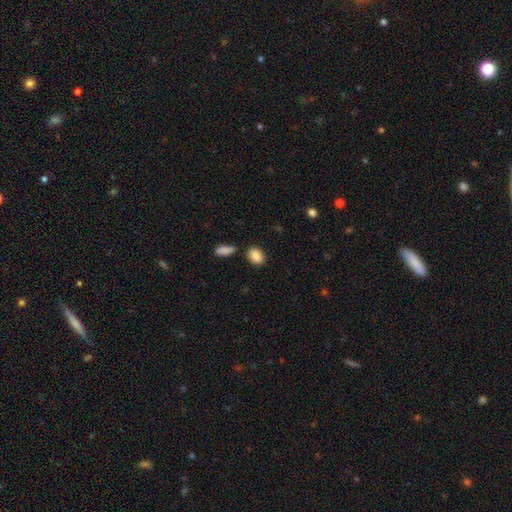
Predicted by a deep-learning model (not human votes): Smooth or featured? Predicted: smooth (p=0.89). How rounded? Predicted: in between (p=0.83). Merging? Predicted: none (p=0.79).